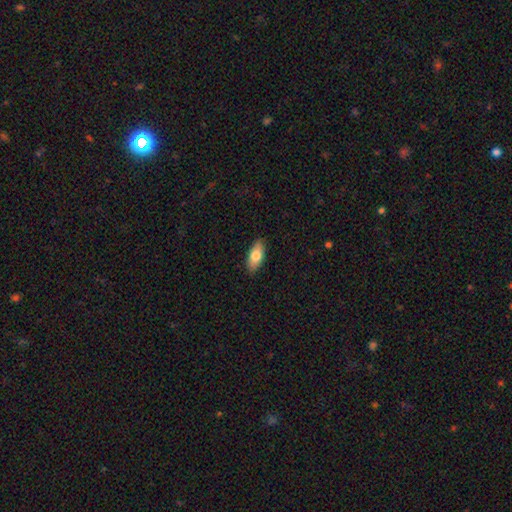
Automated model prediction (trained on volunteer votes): smooth-or-featured: smooth: 77% | featured or disk: 16% | star or artifact: 6%
  how-rounded: in between: 86% | cigar-shaped: 12% | round: 3%
  merging: none: 88% | minor disturbance: 9% | major disturbance: 2% | merger: 1%